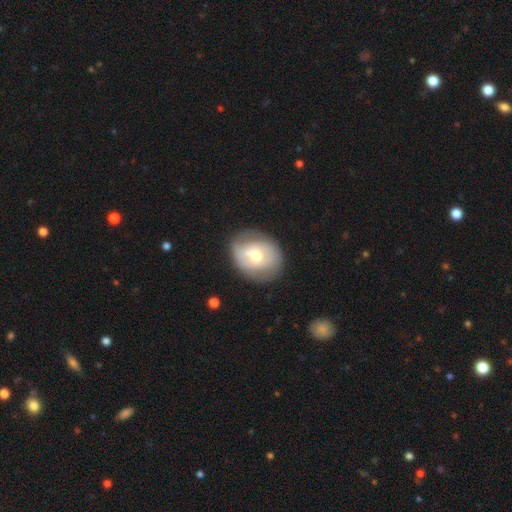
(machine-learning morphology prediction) A featured or disk galaxy (50%).

Vote fractions:
- Smooth or featured? featured or disk: 50% / smooth: 43% / star or artifact: 7%
- Merging? none: 69% / minor disturbance: 20% / major disturbance: 7% / merger: 4%